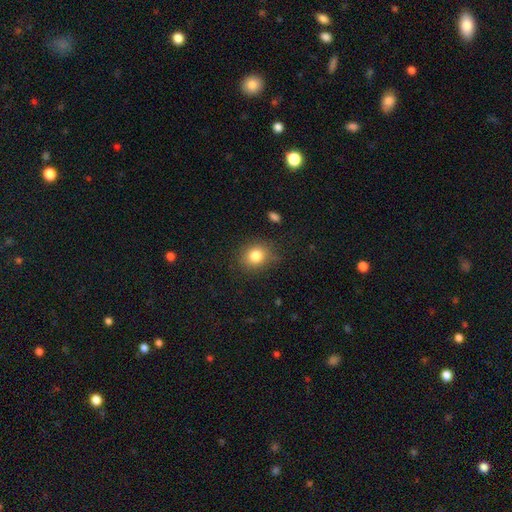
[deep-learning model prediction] A smooth galaxy with no disk features (81%) that is round (71%). Merging: none (81%).